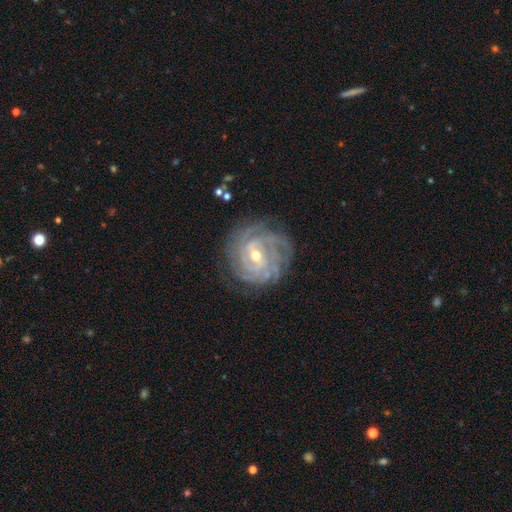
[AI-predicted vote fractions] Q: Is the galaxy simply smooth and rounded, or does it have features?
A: featured or disk — 89%.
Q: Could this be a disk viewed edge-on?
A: no — 97%.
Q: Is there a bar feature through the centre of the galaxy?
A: weak — 46%.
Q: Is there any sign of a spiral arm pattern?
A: yes — 97%.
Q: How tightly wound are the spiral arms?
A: tight — 79%.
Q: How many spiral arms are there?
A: can't tell — 27%.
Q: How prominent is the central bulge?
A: small — 49%.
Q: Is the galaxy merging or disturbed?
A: none — 79%.